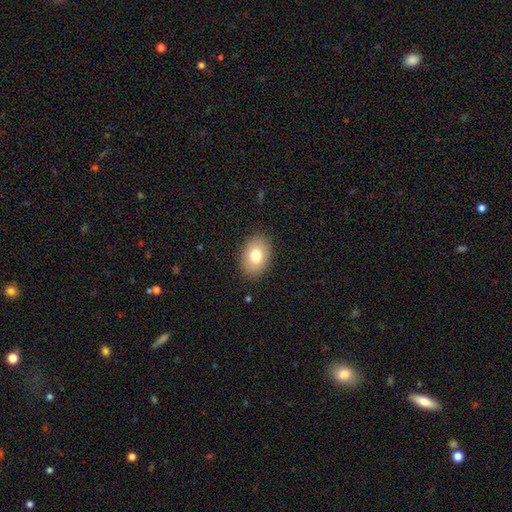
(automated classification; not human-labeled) A smooth galaxy with no disk features (79%) that is in between round and cigar-shaped (81%).

Vote fractions:
- Smooth or featured? smooth: 79% / featured or disk: 13% / star or artifact: 8%
- How rounded? in between: 81% / round: 18% / cigar-shaped: 1%
- Merging? none: 88% / minor disturbance: 8% / major disturbance: 2% / merger: 1%